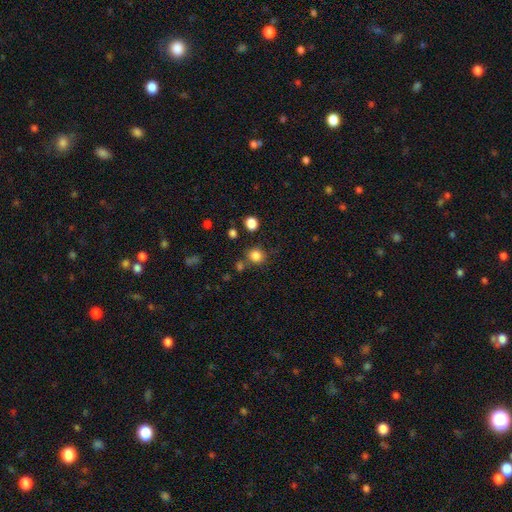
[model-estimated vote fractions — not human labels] This appears to be a smooth galaxy with no disk features (83%) that is round (85%). Merging: none (75%).